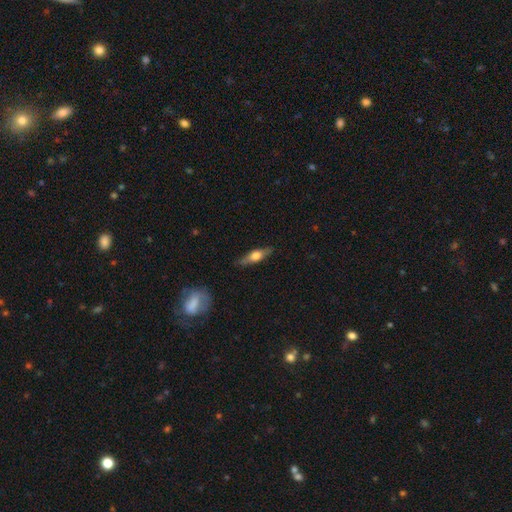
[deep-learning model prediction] Q: Smooth or featured?
A: featured or disk (48%); runner-up: smooth (46%)
Q: Merging?
A: none (83%); runner-up: minor disturbance (13%)